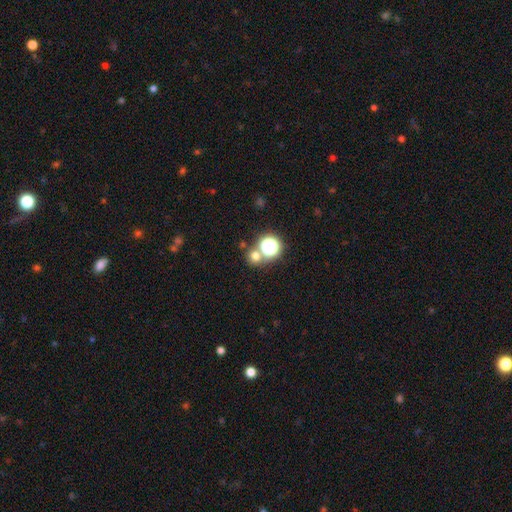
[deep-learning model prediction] Smooth or featured? smooth (65%)
How rounded? round (88%)
Merging? none (67%)